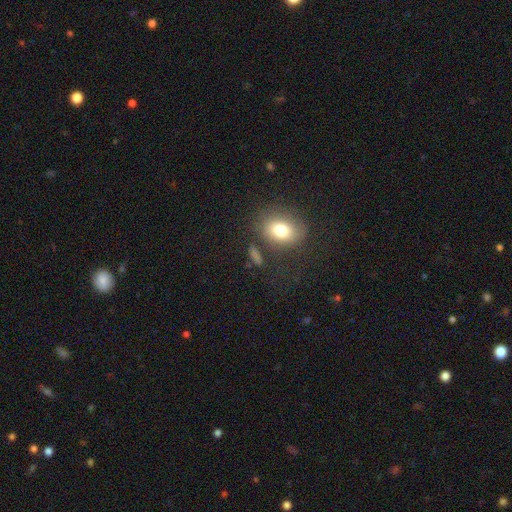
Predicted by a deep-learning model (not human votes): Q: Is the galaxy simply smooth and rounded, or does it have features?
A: smooth — 72%.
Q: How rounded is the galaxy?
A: in between — 60%.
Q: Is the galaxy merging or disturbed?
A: none — 68%.